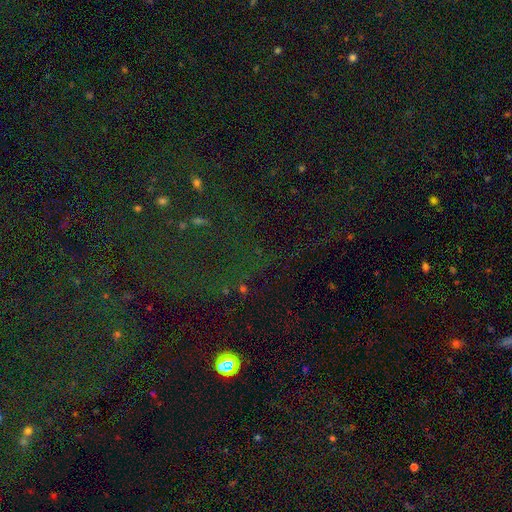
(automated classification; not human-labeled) This is likely a star or artifact rather than a galaxy (77%).